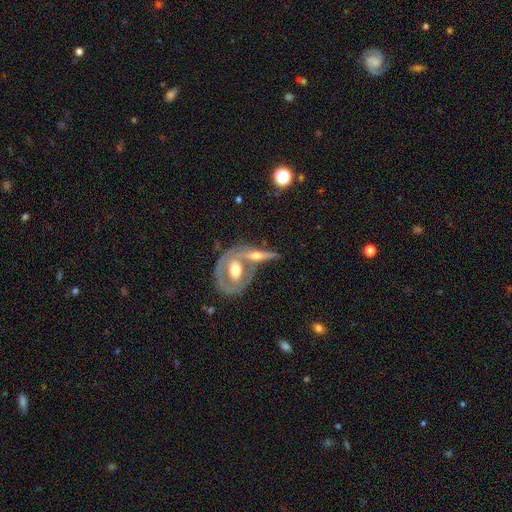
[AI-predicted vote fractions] A featured or disk galaxy (68%).

Vote fractions:
- Smooth or featured? featured or disk: 68% / smooth: 26% / star or artifact: 6%
- Edge-on disk? no: 53% / yes: 47%
- Merging? none: 45% / merger: 38% / minor disturbance: 12% / major disturbance: 6%